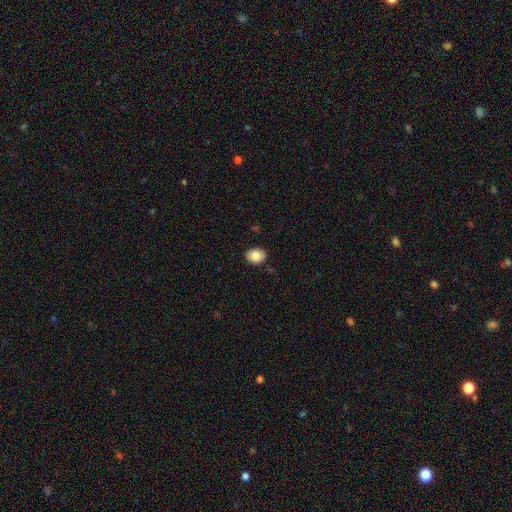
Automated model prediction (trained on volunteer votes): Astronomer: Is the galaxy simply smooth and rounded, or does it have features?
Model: smooth — 82%.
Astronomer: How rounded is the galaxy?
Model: in between — 56% (runner-up: round, 43%).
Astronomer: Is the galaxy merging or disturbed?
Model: none — 89%.